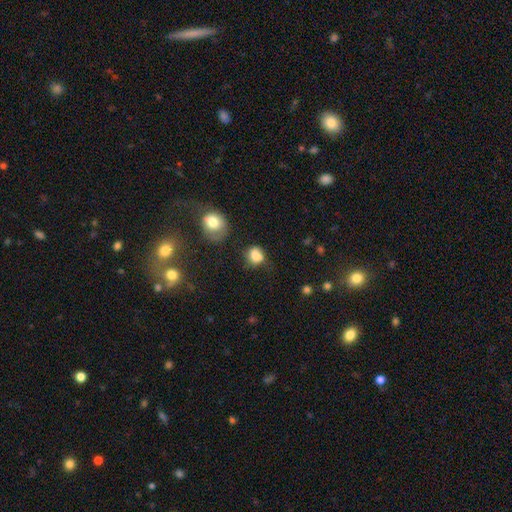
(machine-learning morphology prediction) Smooth or featured? Predicted: smooth (p=0.80). How rounded? Predicted: round (p=0.55). Merging? Predicted: none (p=0.48).